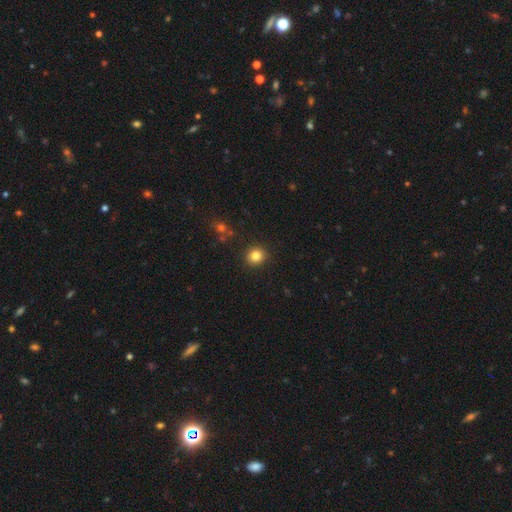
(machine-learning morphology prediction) type=smooth (83%); roundness=round (86%); merging=none (91%).